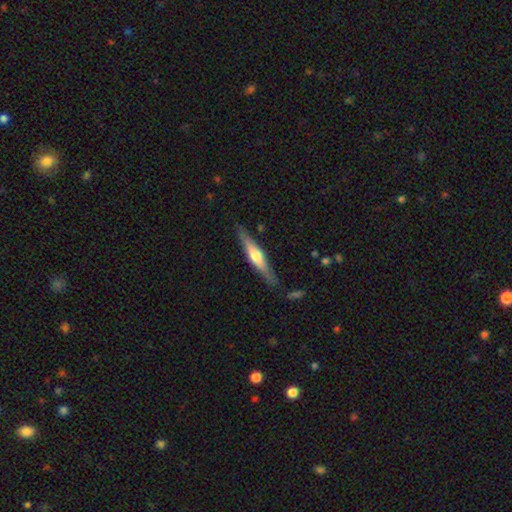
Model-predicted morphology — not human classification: smooth-or-featured: featured or disk: 63% | smooth: 32% | star or artifact: 5%
  disk-edge-on: yes: 96% | no: 4%
    edge-on-bulge: rounded: 85% | boxy: 9% | none: 6%
  merging: none: 85% | minor disturbance: 11% | major disturbance: 2% | merger: 2%